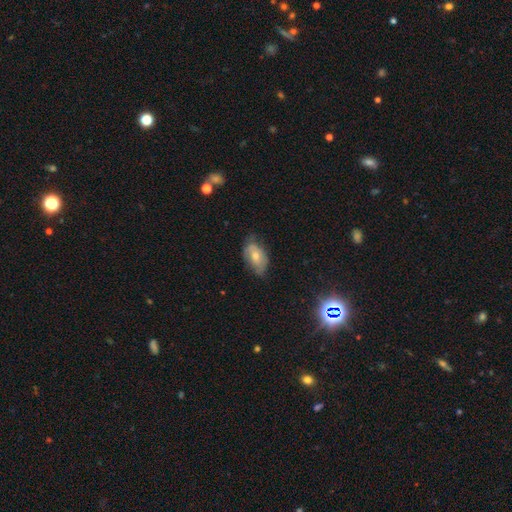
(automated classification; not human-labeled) Smooth or featured? Predicted: smooth (p=0.55). How rounded? Predicted: in between (p=0.91). Merging? Predicted: none (p=0.52).